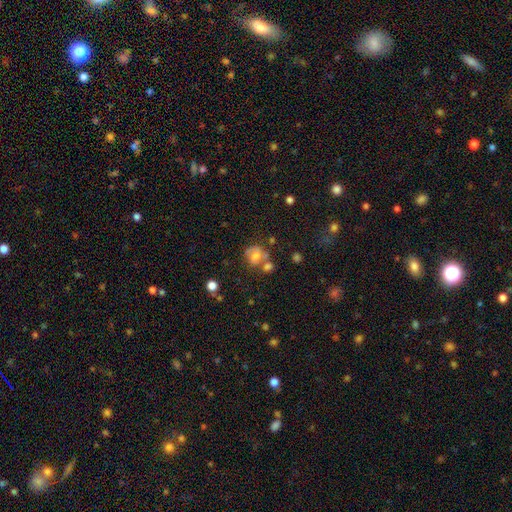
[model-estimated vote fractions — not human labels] A smooth galaxy with no disk features (45%).

Vote fractions:
- Smooth or featured? smooth: 45% / featured or disk: 42% / star or artifact: 13%
- Merging? none: 41% / merger: 26% / minor disturbance: 19% / major disturbance: 14%